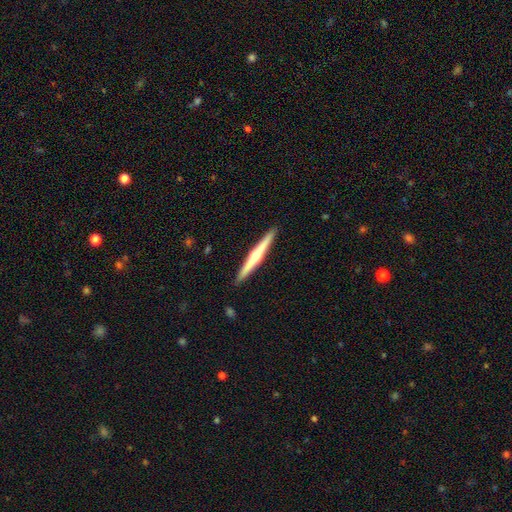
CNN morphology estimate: Smooth or featured?
  - featured or disk: 66% *
  - smooth: 30%
  - star or artifact: 5%
Edge-on disk?
  - yes: 98% *
  - no: 2%
Edge-on bulge?
  - rounded: 83% *
  - none: 12%
  - boxy: 5%
Merging?
  - none: 92% *
  - minor disturbance: 6%
  - major disturbance: 1%
  - merger: 1%